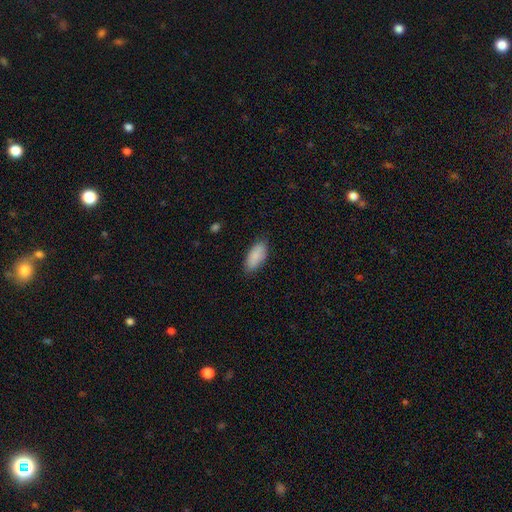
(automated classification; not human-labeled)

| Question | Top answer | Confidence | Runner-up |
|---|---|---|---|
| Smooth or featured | smooth | 88% | star or artifact (6%) |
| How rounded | in between | 90% | cigar-shaped (8%) |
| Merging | none | 83% | minor disturbance (13%) |